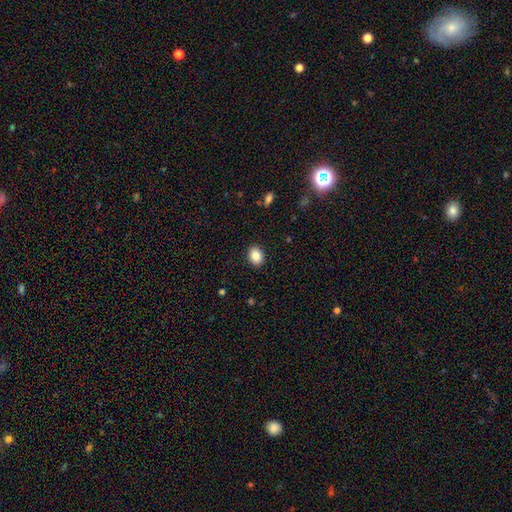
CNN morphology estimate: Smooth or featured: smooth — 87% (star or artifact — 8%)
How rounded: in between — 66% (round — 33%)
Merging: none — 90% (minor disturbance — 7%)